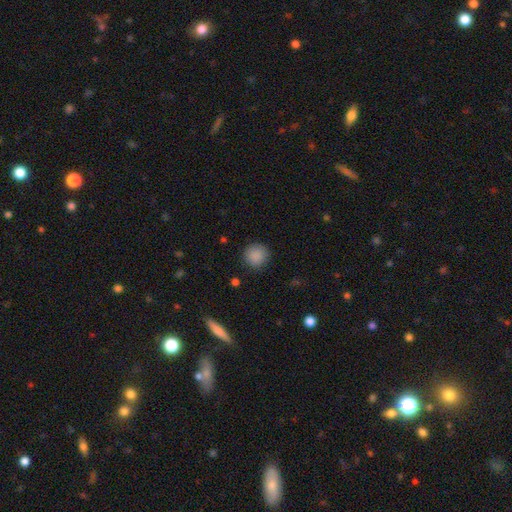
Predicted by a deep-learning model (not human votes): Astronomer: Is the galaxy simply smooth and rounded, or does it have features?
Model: smooth — 88%.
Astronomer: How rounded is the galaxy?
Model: round — 93%.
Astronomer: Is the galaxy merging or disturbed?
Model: none — 88%.